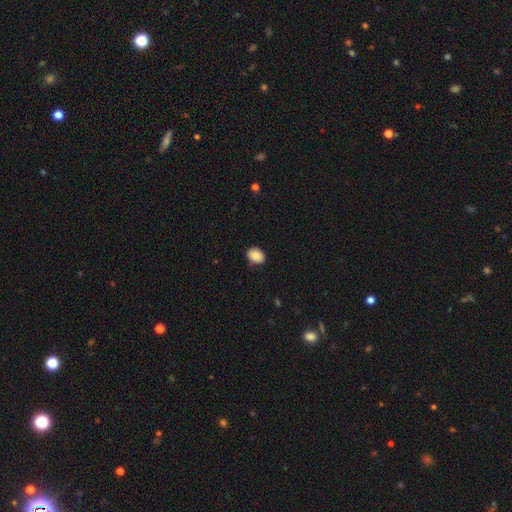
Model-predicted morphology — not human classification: The model was most divided on "how rounded": in between: 68%, round: 31%, cigar-shaped: 1%. More confident: smooth or featured — smooth (88%); merging — none (85%).